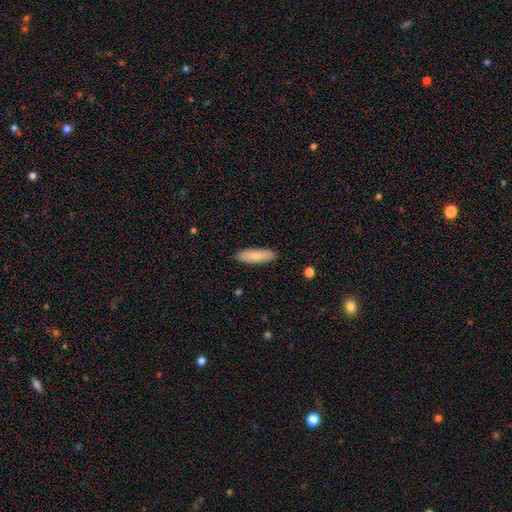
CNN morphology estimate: smooth_or_featured: smooth (p=0.84) [alt: featured or disk p=0.10]
how_rounded: cigar-shaped (p=0.61) [alt: in between p=0.37]
merging: none (p=0.90) [alt: minor disturbance p=0.08]